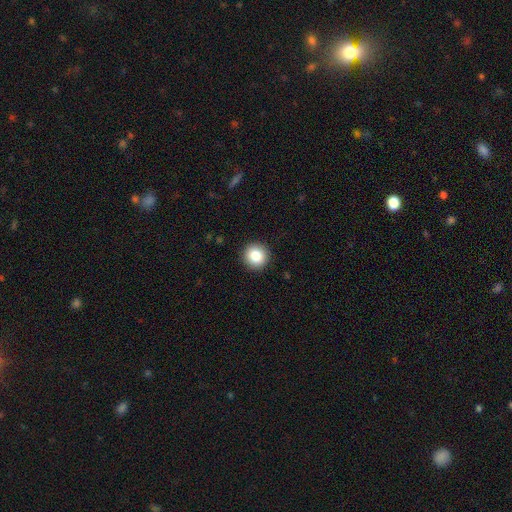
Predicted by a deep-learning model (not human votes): Overall: smooth (85%). How rounded: round (94%). Merging: none (92%).